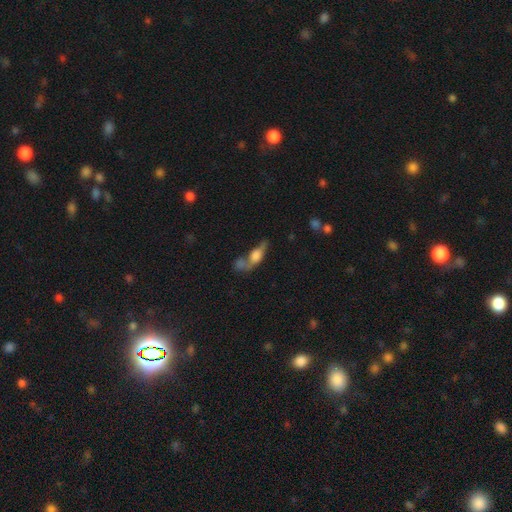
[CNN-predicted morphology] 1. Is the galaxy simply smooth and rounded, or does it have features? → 50% smooth, 39% featured or disk, 11% star or artifact.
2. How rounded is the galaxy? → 58% in between, 31% cigar-shaped, 11% round.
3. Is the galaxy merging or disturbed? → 41% merger, 27% none, 17% major disturbance, 14% minor disturbance.